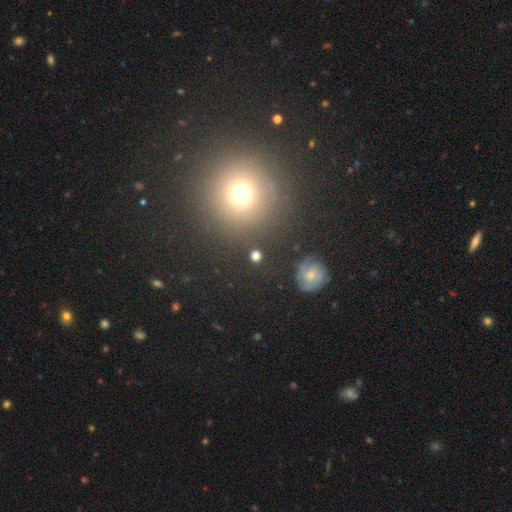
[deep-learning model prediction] smooth_or_featured: smooth (p=0.71) [alt: star or artifact p=0.21]
how_rounded: round (p=0.85) [alt: in between p=0.14]
merging: none (p=0.85) [alt: minor disturbance p=0.07]